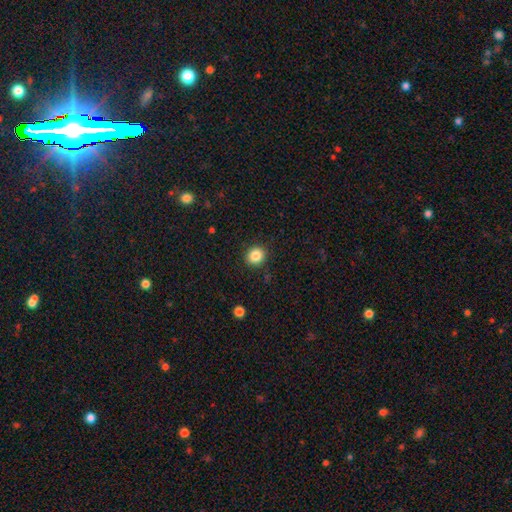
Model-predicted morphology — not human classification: Smooth or featured: smooth — 85% (star or artifact — 10%)
How rounded: round — 87% (in between — 12%)
Merging: none — 91% (minor disturbance — 6%)